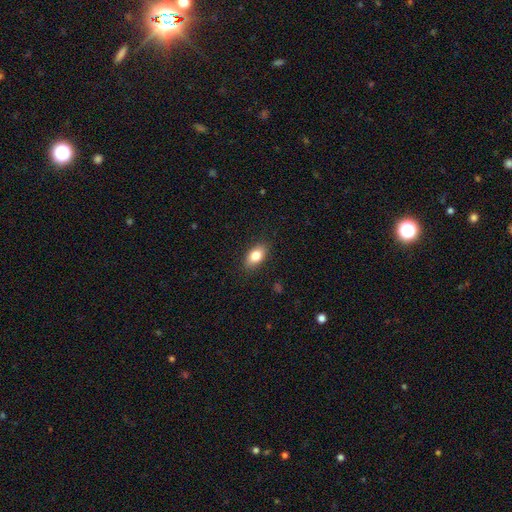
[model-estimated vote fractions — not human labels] Smooth or featured: smooth — 82% (featured or disk — 10%)
How rounded: in between — 88% (round — 8%)
Merging: none — 87% (minor disturbance — 10%)